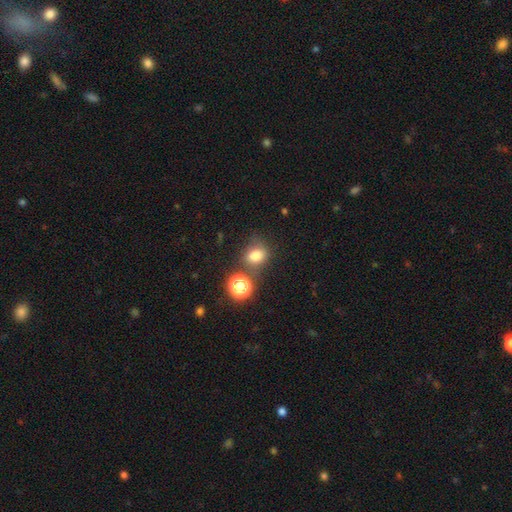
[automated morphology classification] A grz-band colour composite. It shows a smooth galaxy with no disk features (76%) that is round (58%). Merging: none (65%).